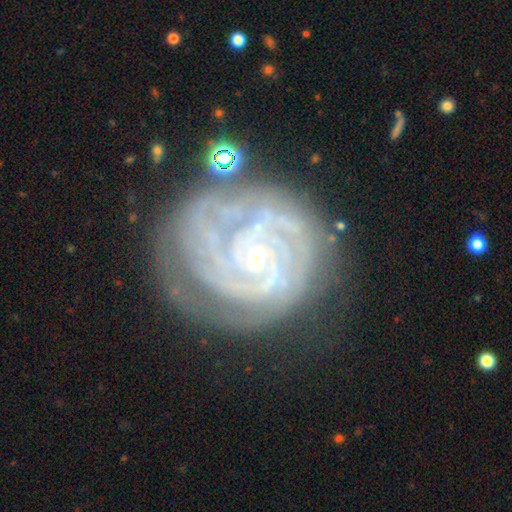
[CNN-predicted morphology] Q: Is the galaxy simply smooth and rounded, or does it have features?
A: featured or disk — 89%.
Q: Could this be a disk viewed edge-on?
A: no — 98%.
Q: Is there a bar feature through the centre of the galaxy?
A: no — 73%.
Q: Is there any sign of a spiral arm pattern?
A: yes — 98%.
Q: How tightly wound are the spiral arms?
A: tight — 81%.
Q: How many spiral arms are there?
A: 3 — 27%.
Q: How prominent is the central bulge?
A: small — 87%.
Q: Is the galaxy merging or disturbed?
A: none — 65%.